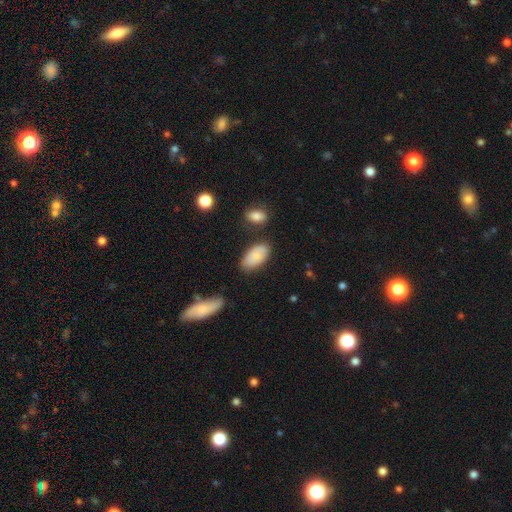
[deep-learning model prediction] Smooth or featured? Predicted: smooth (p=0.81). How rounded? Predicted: in between (p=0.95). Merging? Predicted: none (p=0.76).